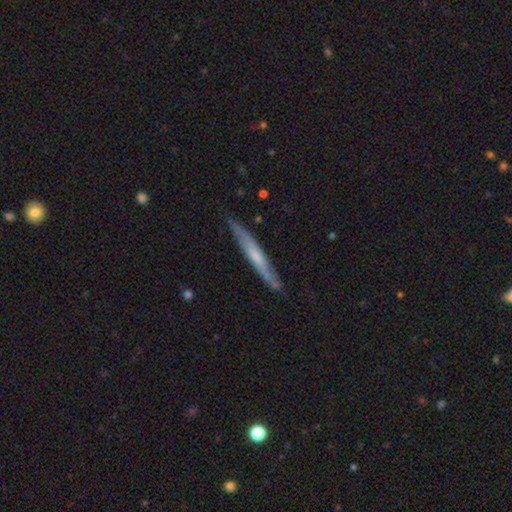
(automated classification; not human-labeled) Smooth or featured?
  - featured or disk: 53% *
  - smooth: 42%
  - star or artifact: 5%
Edge-on disk?
  - yes: 87% *
  - no: 13%
Merging?
  - none: 81% *
  - minor disturbance: 15%
  - major disturbance: 2%
  - merger: 2%